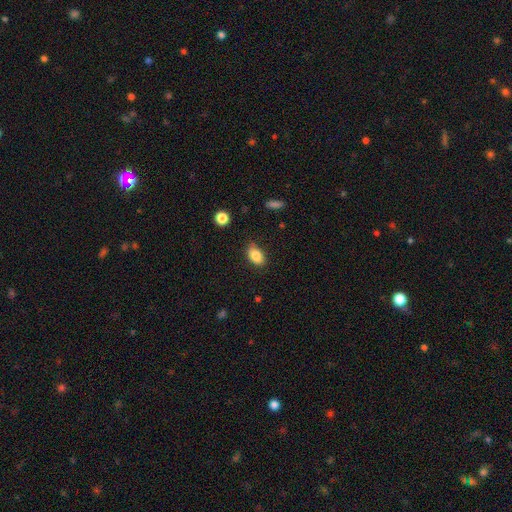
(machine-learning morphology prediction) This is clearly a smooth galaxy (84%). How rounded: clearly in between (88%). Merging: likely none (79%).